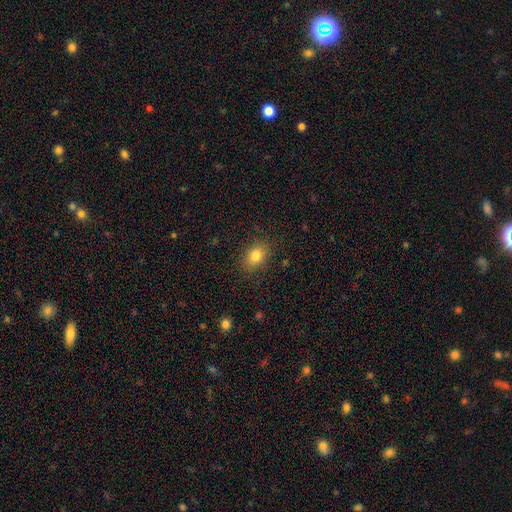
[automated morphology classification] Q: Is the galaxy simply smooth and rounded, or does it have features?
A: smooth — 82%.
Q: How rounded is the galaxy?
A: in between — 67%.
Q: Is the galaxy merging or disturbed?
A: none — 84%.